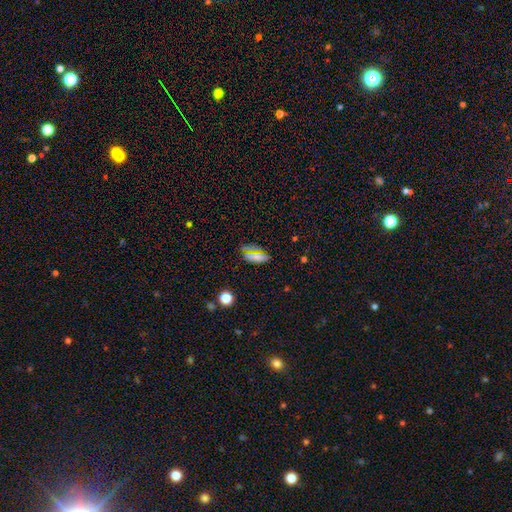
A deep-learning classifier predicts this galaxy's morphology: smooth-or-featured: smooth: 70% | star or artifact: 20% | featured or disk: 10%
  how-rounded: in between: 67% | cigar-shaped: 24% | round: 9%
  merging: none: 79% | minor disturbance: 13% | major disturbance: 5% | merger: 3%